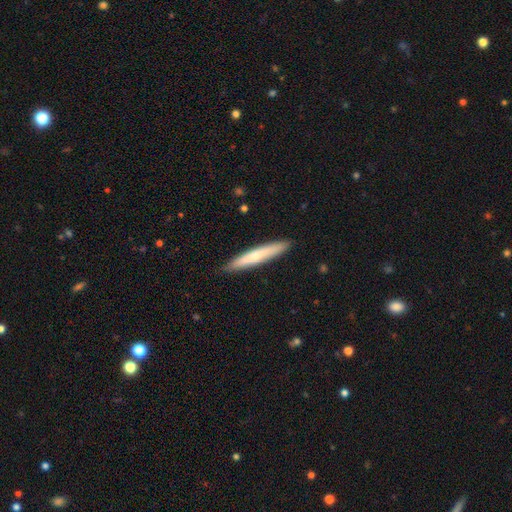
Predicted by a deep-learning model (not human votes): A smooth galaxy with no disk features (64%) that is cigar-shaped (94%). Merging: none (91%).